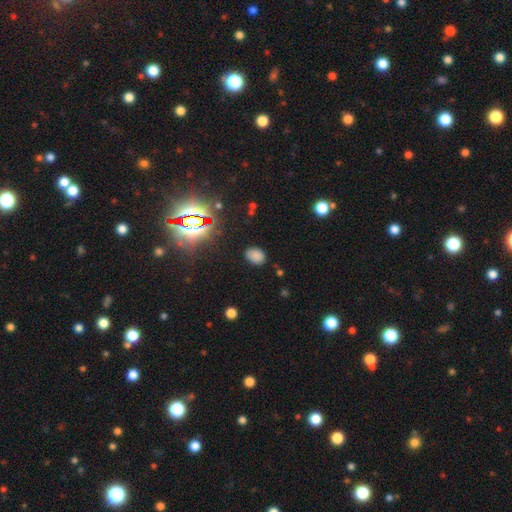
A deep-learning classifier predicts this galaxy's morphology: Smooth or featured? Predicted: smooth (p=0.75). How rounded? Predicted: in between (p=0.75). Merging? Predicted: none (p=0.81).